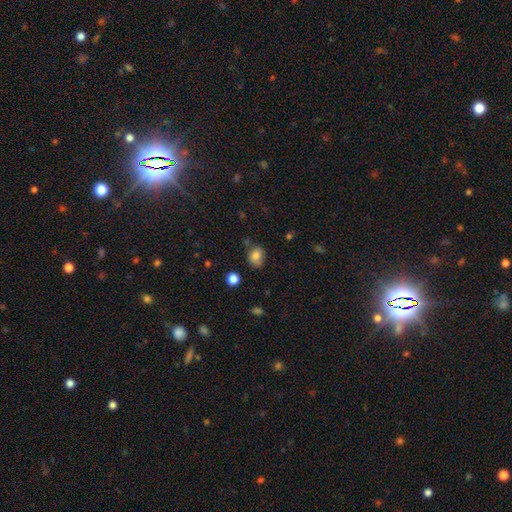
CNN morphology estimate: smooth-or-featured: smooth: 81% | star or artifact: 11% | featured or disk: 8%
  how-rounded: in between: 51% | round: 48% | cigar-shaped: 1%
  merging: none: 69% | minor disturbance: 21% | merger: 5% | major disturbance: 5%